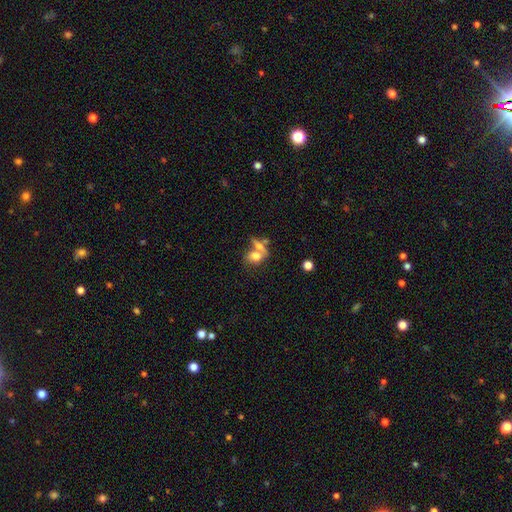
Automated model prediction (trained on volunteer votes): This is likely a smooth galaxy (70%). How rounded: likely in between (70%). Merging: possibly merger (53%).